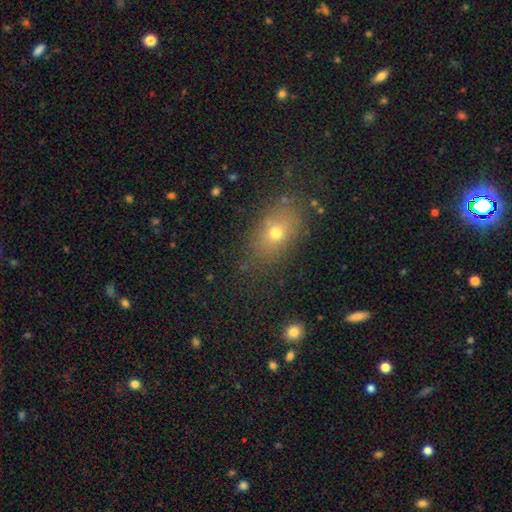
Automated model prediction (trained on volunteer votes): Morphology: type=smooth (54%); roundness=in between (74%); merging=none (82%).